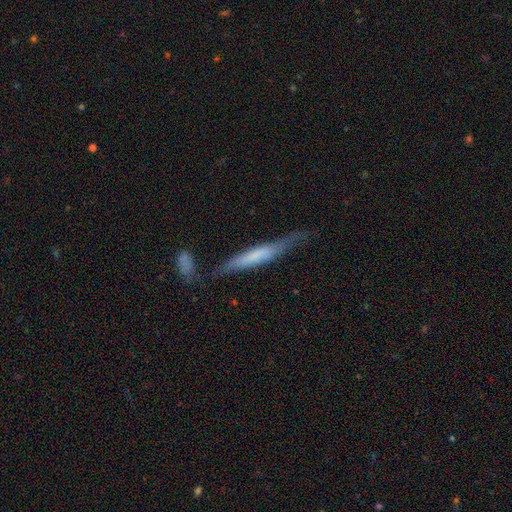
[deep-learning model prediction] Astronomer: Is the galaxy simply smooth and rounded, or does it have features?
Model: smooth — 51% (runner-up: featured or disk, 43%).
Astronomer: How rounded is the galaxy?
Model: cigar-shaped — 93%.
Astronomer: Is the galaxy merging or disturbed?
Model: none — 60%.